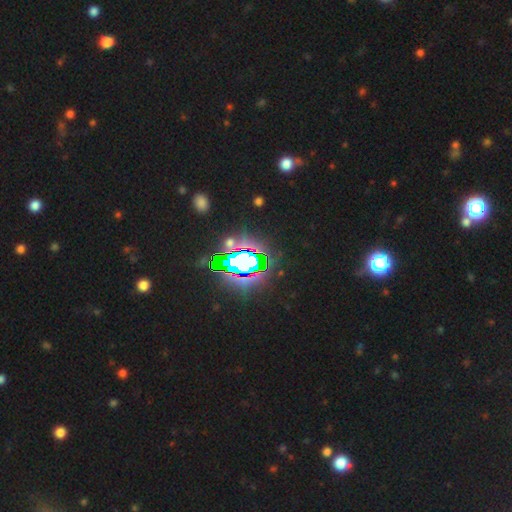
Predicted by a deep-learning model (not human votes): This appears to be a star or artifact, not a galaxy (84%).